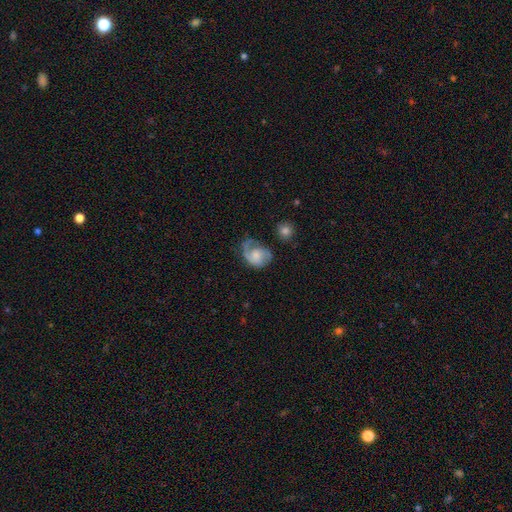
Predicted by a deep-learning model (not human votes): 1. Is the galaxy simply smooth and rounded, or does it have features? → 68% featured or disk, 25% smooth, 7% star or artifact.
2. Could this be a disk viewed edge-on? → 97% no, 3% yes.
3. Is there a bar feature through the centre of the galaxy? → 66% no, 30% weak, 5% strong.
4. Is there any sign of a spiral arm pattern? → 92% yes, 8% no.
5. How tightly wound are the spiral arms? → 43% medium, 29% tight, 28% loose.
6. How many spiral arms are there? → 46% 2, 43% 1, 7% can't tell, 2% 3, 1% 4, 1% more than 4.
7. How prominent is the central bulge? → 40% moderate, 33% small, 15% none, 10% large, 2% dominant.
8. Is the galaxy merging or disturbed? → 47% none, 26% minor disturbance, 24% major disturbance, 4% merger.